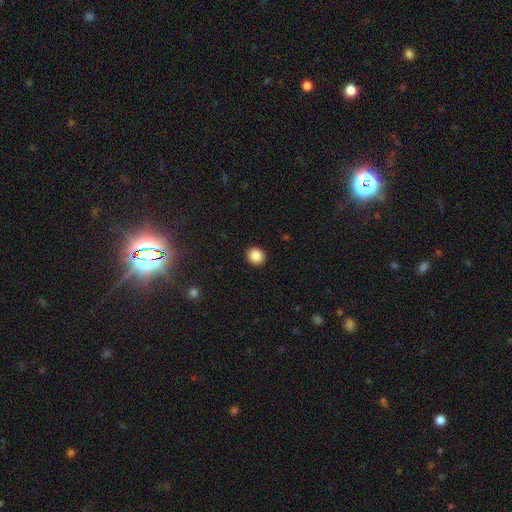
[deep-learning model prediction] The model was most divided on "how rounded": round: 86%, in between: 13%, cigar-shaped: 1%. More confident: merging — none (93%); smooth or featured — smooth (87%).